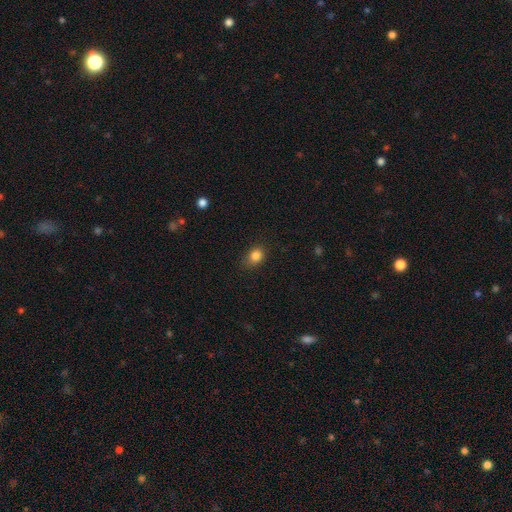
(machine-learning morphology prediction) Smooth or featured? Predicted: smooth (p=0.84). How rounded? Predicted: round (p=0.52). Merging? Predicted: none (p=0.79).